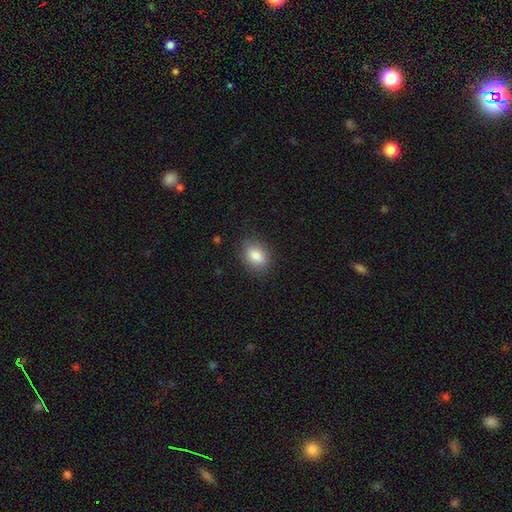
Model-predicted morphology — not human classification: A smooth galaxy with no disk features (86%) that is in between round and cigar-shaped (78%). Merging: none (83%).